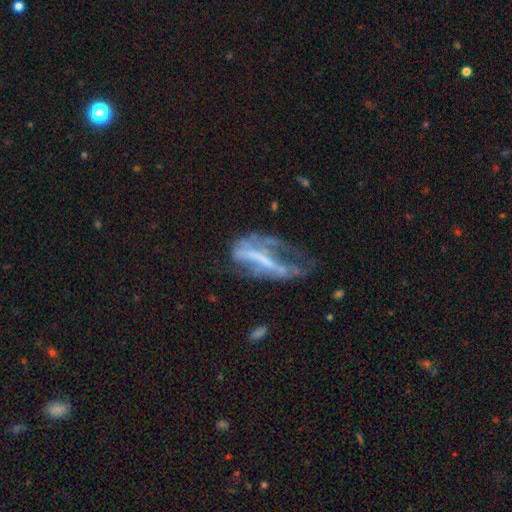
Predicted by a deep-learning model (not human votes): Smooth or featured: featured or disk — 67% (smooth — 21%)
Edge-on disk: no — 85% (yes — 15%)
Bar: strong — 48% (no — 29%)
Spiral arms: no — 53% (yes — 47%)
Bulge size: none — 52% (small — 25%)
Merging: major disturbance — 47% (none — 26%)